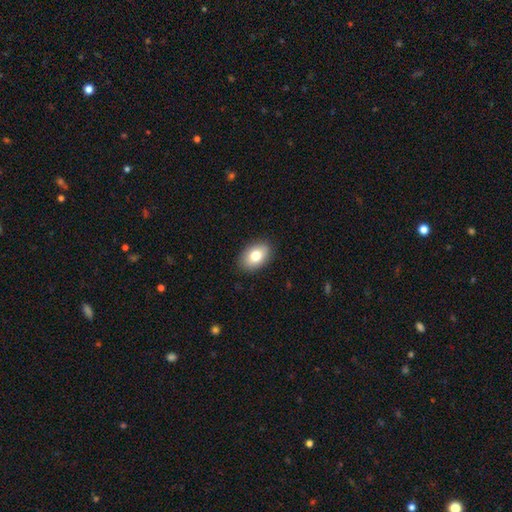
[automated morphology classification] A smooth galaxy with no disk features (79%) that is in between round and cigar-shaped (87%).

Vote fractions:
- Smooth or featured? smooth: 79% / featured or disk: 13% / star or artifact: 7%
- How rounded? in between: 87% / round: 12% / cigar-shaped: 1%
- Merging? none: 88% / minor disturbance: 9% / major disturbance: 2% / merger: 1%